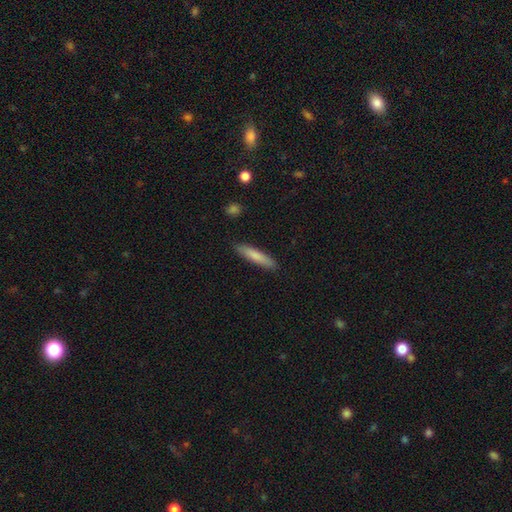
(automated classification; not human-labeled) smooth-or-featured: smooth: 79% | featured or disk: 15% | star or artifact: 6%
  how-rounded: cigar-shaped: 88% | in between: 11% | round: 1%
  merging: none: 89% | minor disturbance: 8% | major disturbance: 2% | merger: 1%